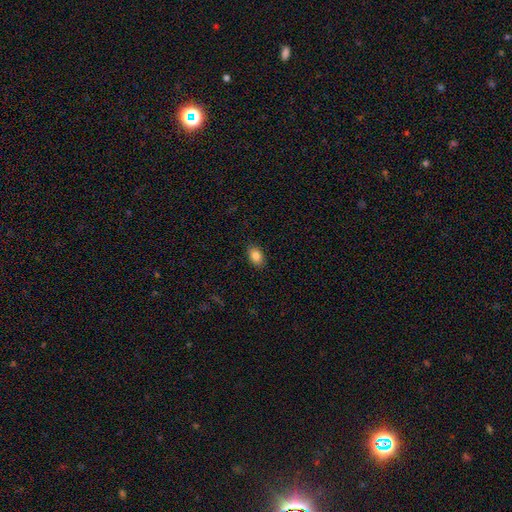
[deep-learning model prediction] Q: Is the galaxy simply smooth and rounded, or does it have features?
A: smooth — 85%.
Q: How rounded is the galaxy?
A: in between — 85%.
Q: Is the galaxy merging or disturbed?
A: none — 88%.